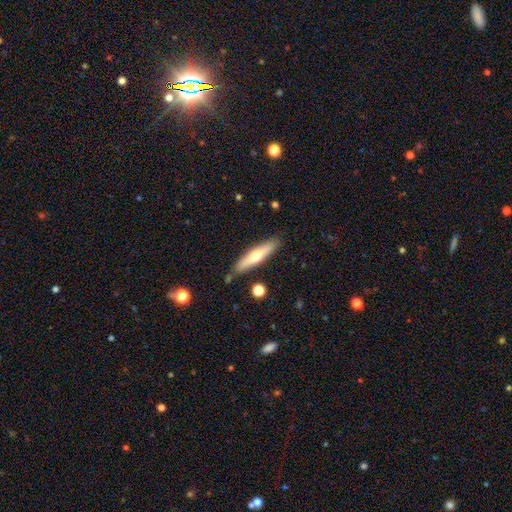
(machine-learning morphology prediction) Overall: smooth (52%; featured or disk 43%). How rounded: cigar-shaped (82%). Merging: none (86%).